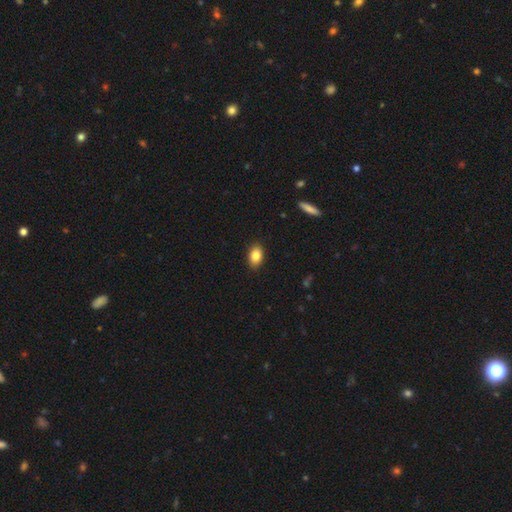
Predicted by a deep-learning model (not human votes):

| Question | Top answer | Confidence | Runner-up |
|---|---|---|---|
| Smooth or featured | smooth | 85% | star or artifact (8%) |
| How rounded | in between | 87% | round (11%) |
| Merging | none | 88% | minor disturbance (9%) |